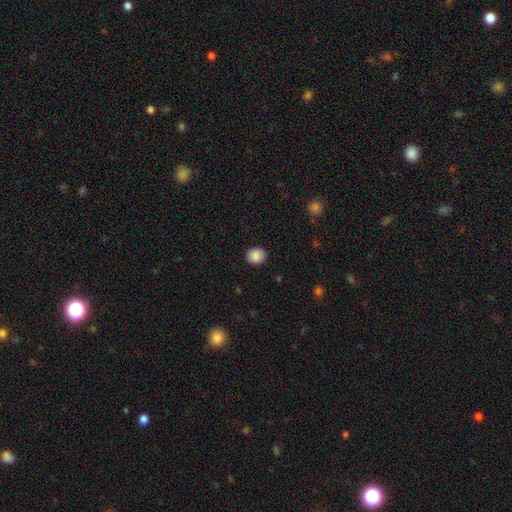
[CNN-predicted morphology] A smooth galaxy with no disk features (88%) that is round (62%).

Vote fractions:
- Smooth or featured? smooth: 88% / star or artifact: 8% / featured or disk: 3%
- How rounded? round: 62% / in between: 37% / cigar-shaped: 1%
- Merging? none: 89% / minor disturbance: 8% / major disturbance: 2% / merger: 1%